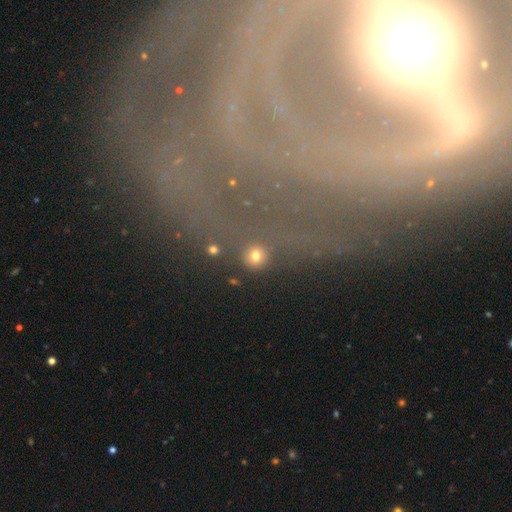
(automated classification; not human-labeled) smooth-or-featured: smooth: 73% | star or artifact: 19% | featured or disk: 7%
  how-rounded: round: 92% | in between: 7% | cigar-shaped: 1%
  merging: none: 83% | minor disturbance: 7% | merger: 5% | major disturbance: 4%